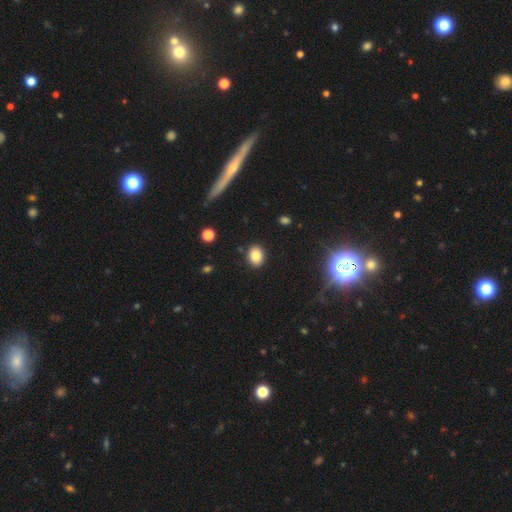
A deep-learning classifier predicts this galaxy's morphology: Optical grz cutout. It shows a smooth galaxy with no disk features (83%) that is round (50%). Merging: none (88%).